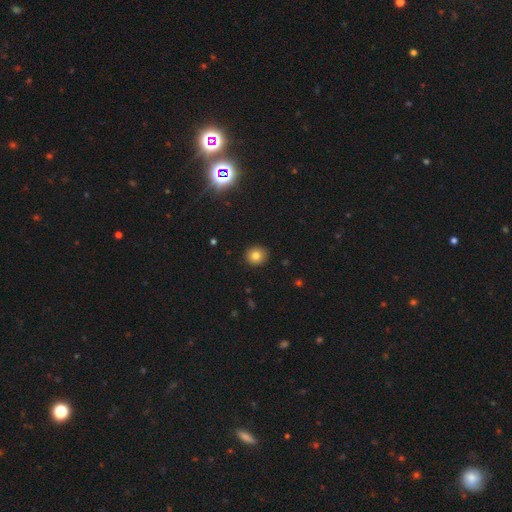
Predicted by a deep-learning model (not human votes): A smooth galaxy with no disk features (79%) that is round (89%).

Vote fractions:
- Smooth or featured? smooth: 79% / star or artifact: 12% / featured or disk: 8%
- How rounded? round: 89% / in between: 10% / cigar-shaped: 1%
- Merging? none: 91% / minor disturbance: 6% / major disturbance: 2% / merger: 1%